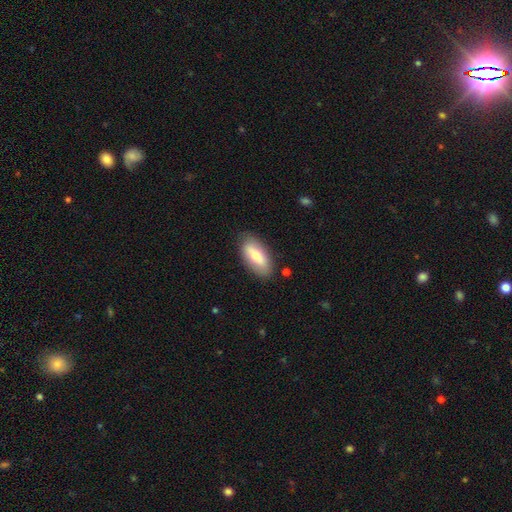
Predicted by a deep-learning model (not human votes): Q: Smooth or featured?
A: smooth (62%); runner-up: featured or disk (32%)
Q: How rounded?
A: in between (85%); runner-up: cigar-shaped (12%)
Q: Merging?
A: none (83%); runner-up: minor disturbance (12%)